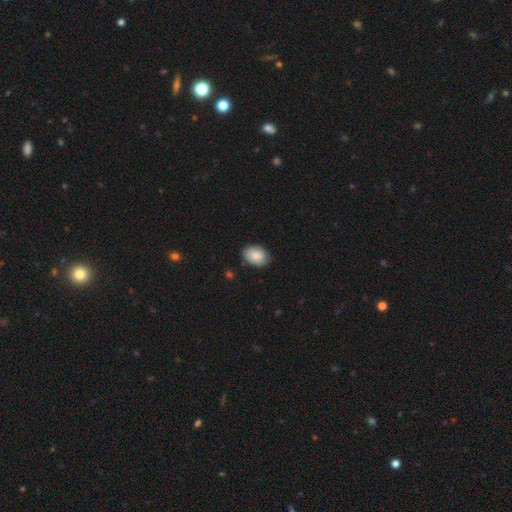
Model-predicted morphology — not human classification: The model was most divided on "how rounded": in between: 77%, round: 22%, cigar-shaped: 1%. More confident: smooth or featured — smooth (86%); merging — none (81%).